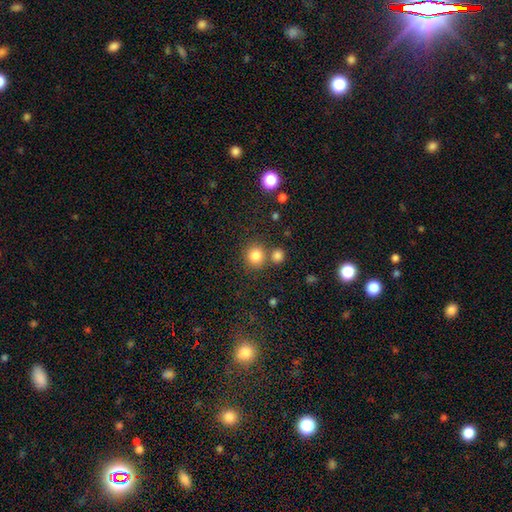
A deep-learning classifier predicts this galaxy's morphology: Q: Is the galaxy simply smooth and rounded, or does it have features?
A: smooth — 82%.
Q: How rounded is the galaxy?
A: round — 89%.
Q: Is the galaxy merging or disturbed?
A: none — 71%.